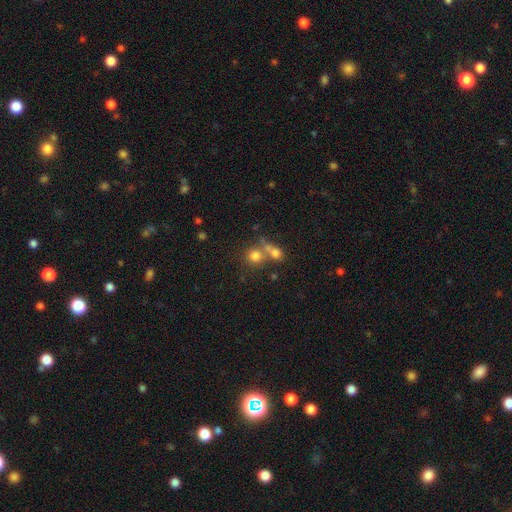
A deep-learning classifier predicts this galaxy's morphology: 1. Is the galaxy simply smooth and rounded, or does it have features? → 74% smooth, 14% star or artifact, 12% featured or disk.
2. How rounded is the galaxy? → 83% round, 16% in between, 2% cigar-shaped.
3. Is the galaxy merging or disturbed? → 44% none, 43% merger, 8% minor disturbance, 5% major disturbance.